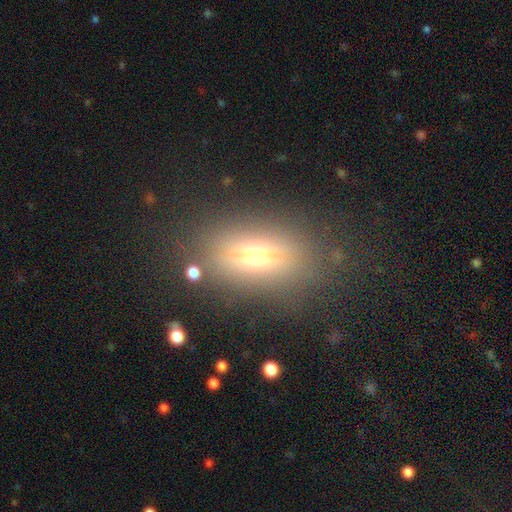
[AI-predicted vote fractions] This appears to be a smooth galaxy with no disk features (64%) that is in between round and cigar-shaped (79%). Merging: none (77%).